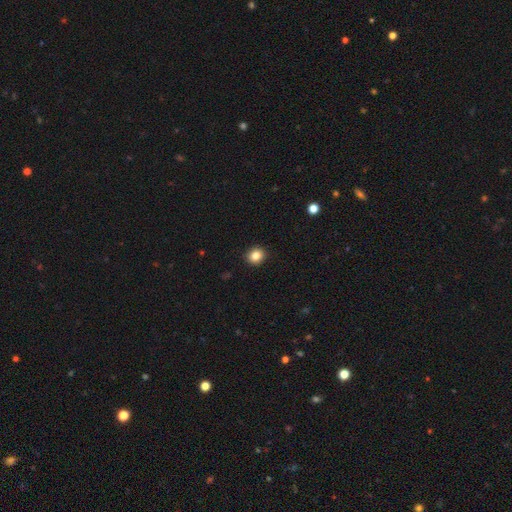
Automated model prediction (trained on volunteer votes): This is clearly a smooth galaxy (84%). How rounded: clearly round (81%). Merging: clearly none (92%).